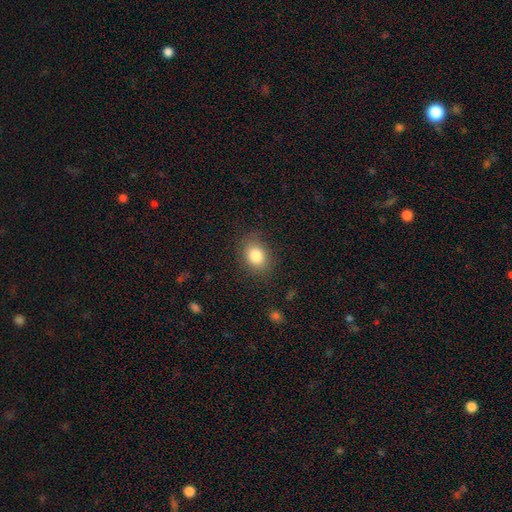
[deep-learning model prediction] A smooth galaxy with no disk features (83%) that is in between round and cigar-shaped (61%).

Vote fractions:
- Smooth or featured? smooth: 83% / star or artifact: 9% / featured or disk: 8%
- How rounded? in between: 61% / round: 38% / cigar-shaped: 1%
- Merging? none: 81% / minor disturbance: 13% / major disturbance: 4% / merger: 1%